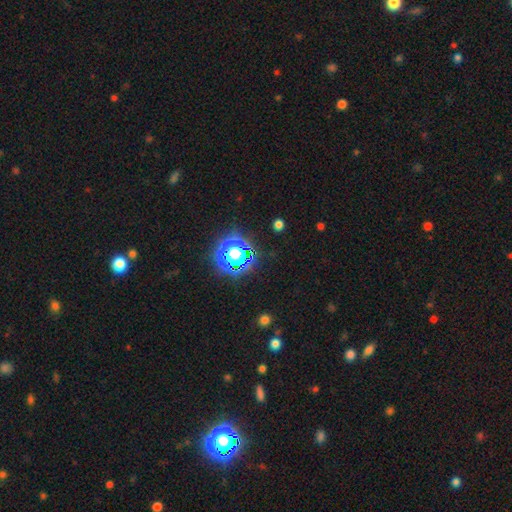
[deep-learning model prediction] Overall: star or artifact (75%).